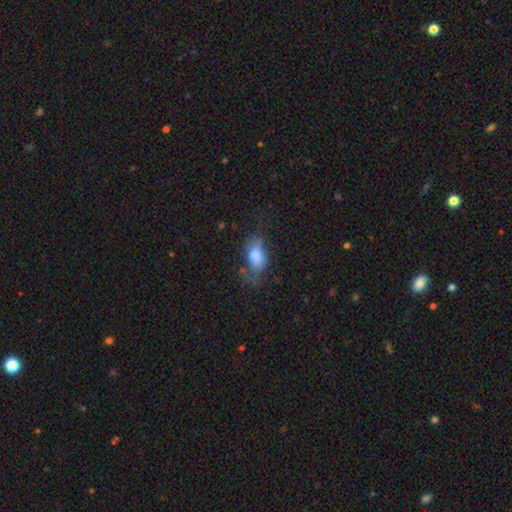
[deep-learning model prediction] Q: Smooth or featured?
A: smooth (74%); runner-up: featured or disk (18%)
Q: How rounded?
A: in between (89%); runner-up: round (5%)
Q: Merging?
A: none (43%); runner-up: minor disturbance (30%)